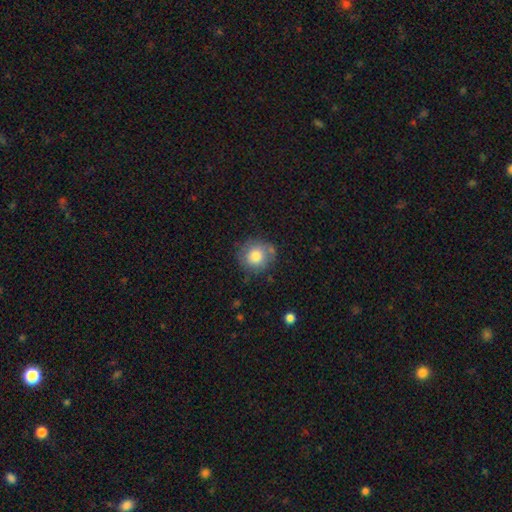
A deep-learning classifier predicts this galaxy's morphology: A smooth galaxy with no disk features (78%) that is round (89%). Merging: none (73%).